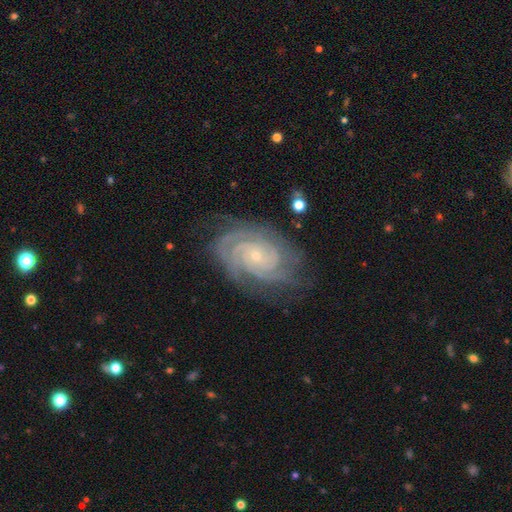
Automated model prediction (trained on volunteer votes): featured or disk 90%, star or artifact 6%, smooth 5%. Down the decision tree: edge-on disk — no (97%); bar — no (75%); spiral arms — yes (98%); spiral arm count — 3 (26%); spiral winding — tight (79%); bulge size — small (84%); merging — none (77%).